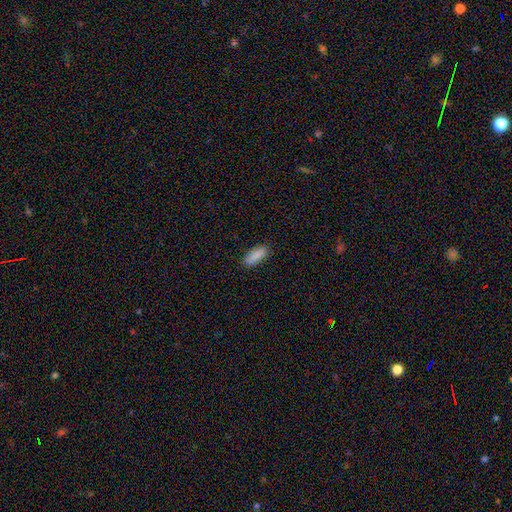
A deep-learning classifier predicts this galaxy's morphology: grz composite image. It shows a smooth galaxy with no disk features (88%) that is in between round and cigar-shaped (65%). Merging: none (88%).